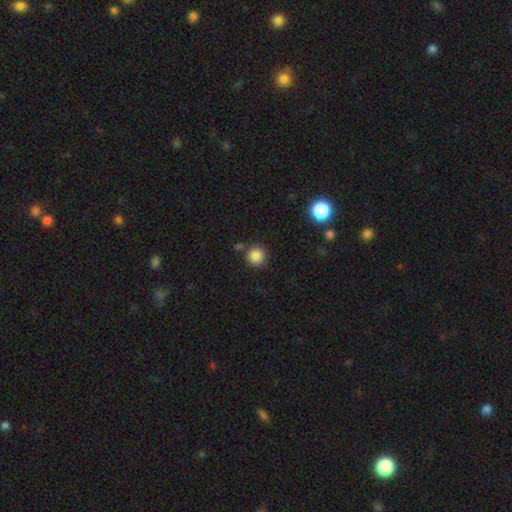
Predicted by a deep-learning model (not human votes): Overall: smooth (85%). How rounded: round (95%). Merging: none (81%).